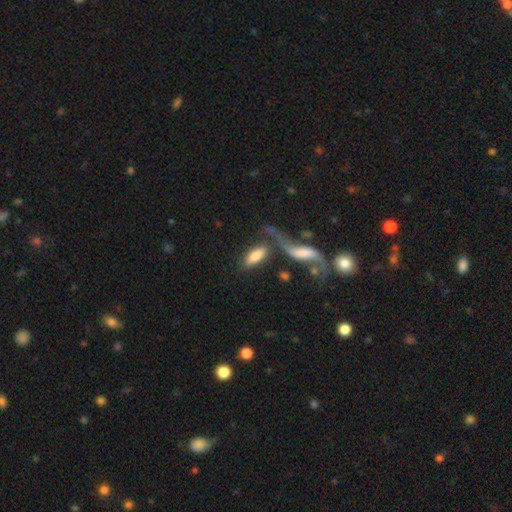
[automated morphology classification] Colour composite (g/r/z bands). It shows a smooth galaxy with no disk features (75%) that is in between round and cigar-shaped (79%). Merging: none (43%).